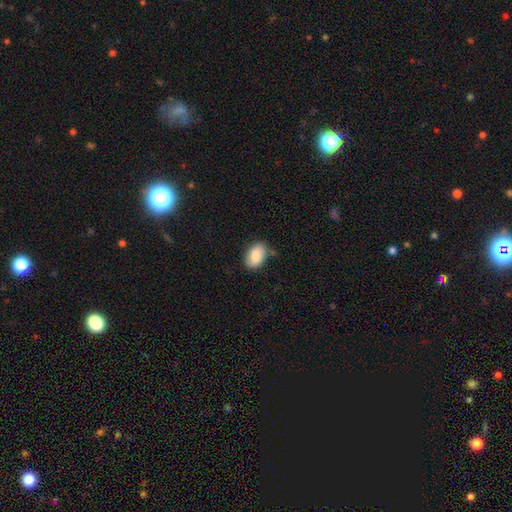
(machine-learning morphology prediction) A smooth galaxy with no disk features (79%) that is in between round and cigar-shaped (87%). Merging: none (74%).